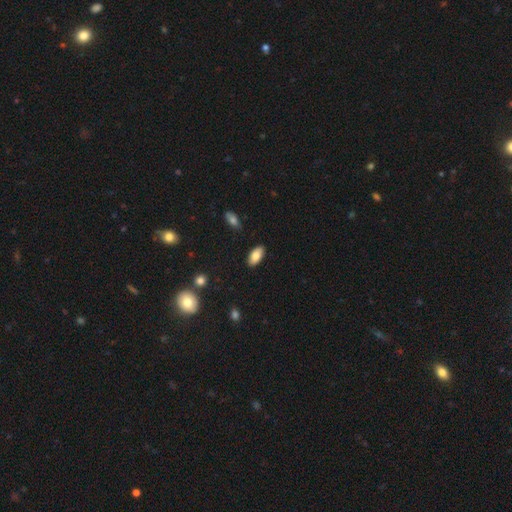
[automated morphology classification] type=smooth (82%); roundness=in between (93%); merging=none (88%).